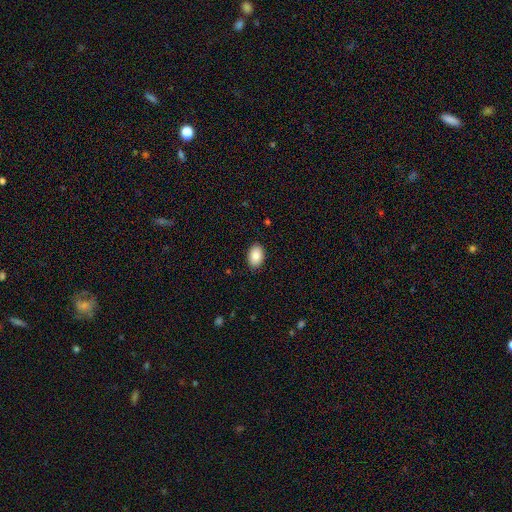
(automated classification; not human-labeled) This is clearly a smooth galaxy (87%). How rounded: clearly in between (88%). Merging: clearly none (89%).